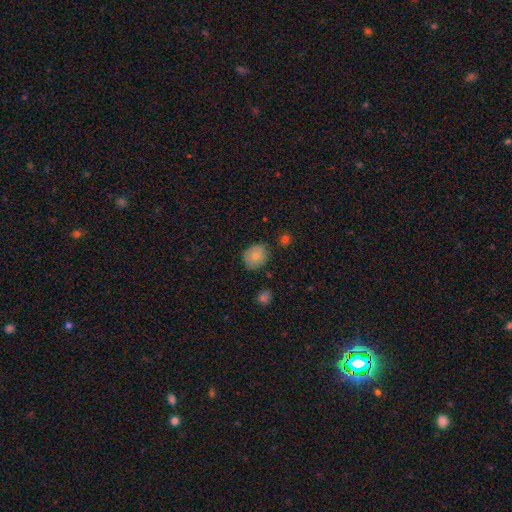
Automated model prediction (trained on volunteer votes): Morphology: type=smooth (76%); roundness=round (73%); merging=none (75%).